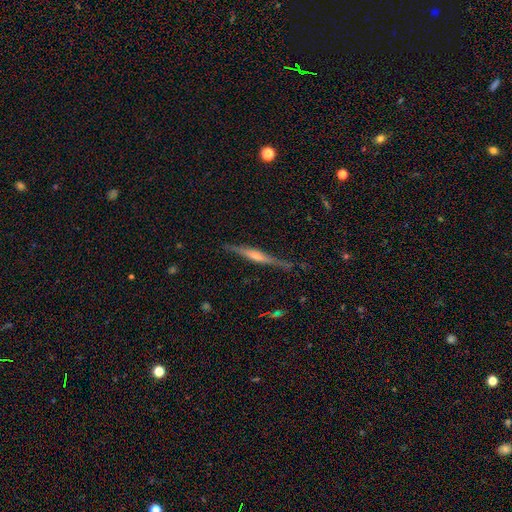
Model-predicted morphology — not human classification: Smooth or featured? Predicted: featured or disk (p=0.76). Edge-on disk? Predicted: yes (p=0.97). Edge-on bulge? Predicted: rounded (p=0.66). Merging? Predicted: none (p=0.84).